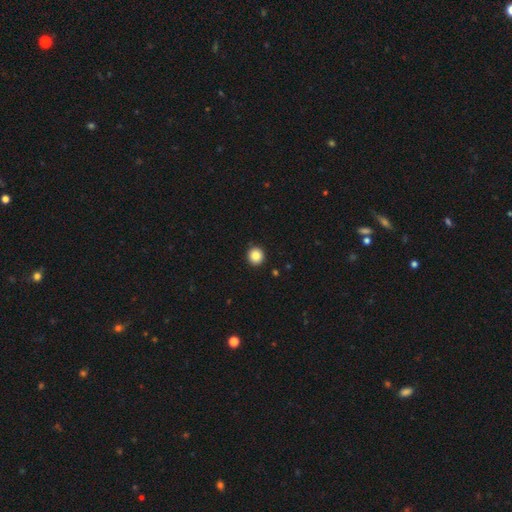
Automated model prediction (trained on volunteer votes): This is clearly a smooth galaxy (86%). How rounded: clearly round (91%). Merging: clearly none (92%).